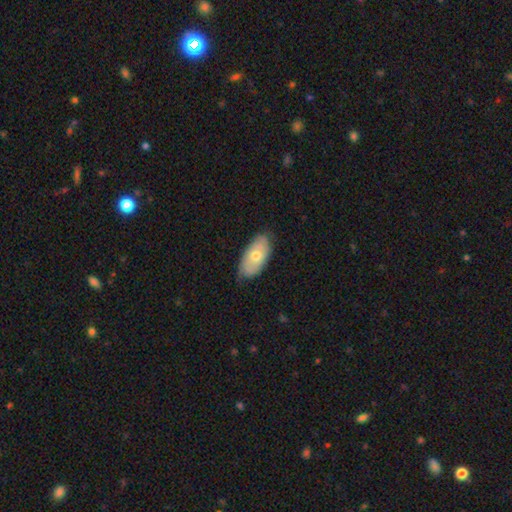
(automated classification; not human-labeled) A smooth galaxy with no disk features (63%) that is in between round and cigar-shaped (92%). Merging: none (75%).